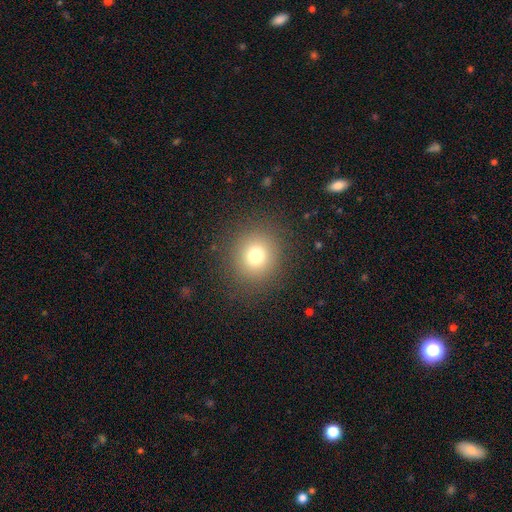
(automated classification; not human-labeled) This appears to be a smooth galaxy with no disk features (75%) that is round (91%). Merging: none (88%).